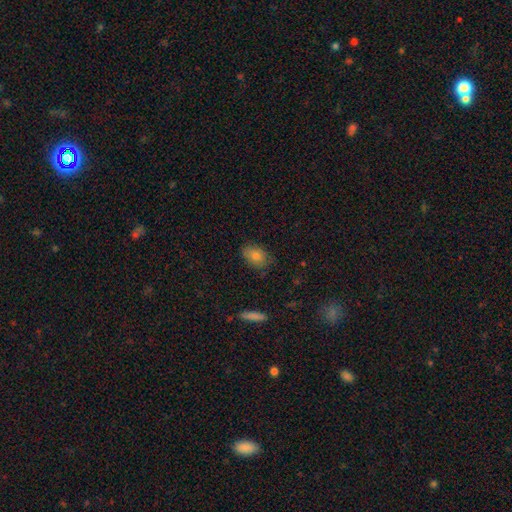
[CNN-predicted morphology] The model was most divided on "how rounded": in between: 80%, round: 17%, cigar-shaped: 2%. More confident: merging — none (80%); smooth or featured — smooth (79%).